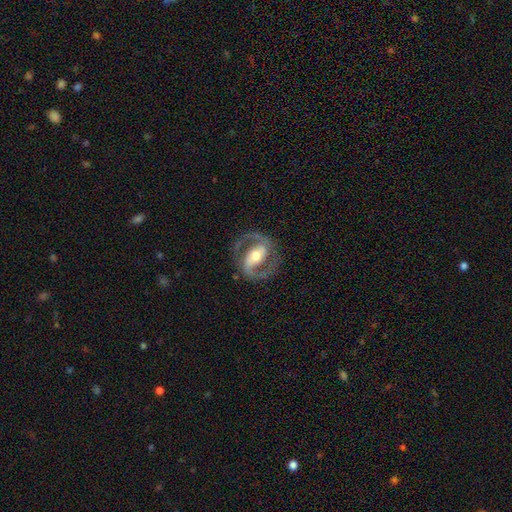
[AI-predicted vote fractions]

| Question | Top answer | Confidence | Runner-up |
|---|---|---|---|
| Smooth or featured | featured or disk | 90% | smooth (6%) |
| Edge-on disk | no | 97% | yes (3%) |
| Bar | strong | 49% | weak (32%) |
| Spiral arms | yes | 95% | no (5%) |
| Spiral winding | medium | 61% | tight (22%) |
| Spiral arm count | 2 | 93% | can't tell (2%) |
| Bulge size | moderate | 68% | small (18%) |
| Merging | none | 82% | minor disturbance (11%) |